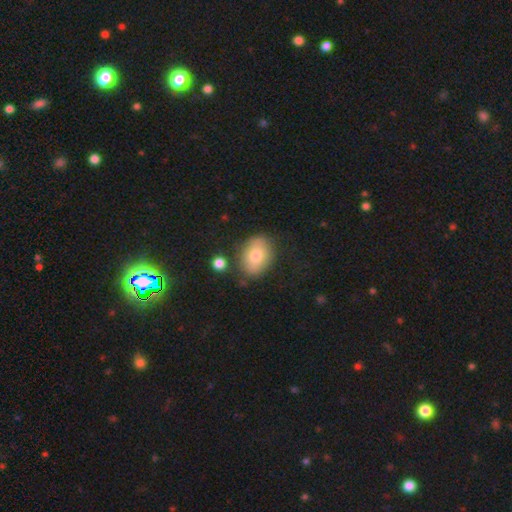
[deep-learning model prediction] Q: Smooth or featured?
A: smooth (75%); runner-up: featured or disk (17%)
Q: How rounded?
A: in between (70%); runner-up: round (29%)
Q: Merging?
A: none (78%); runner-up: minor disturbance (14%)